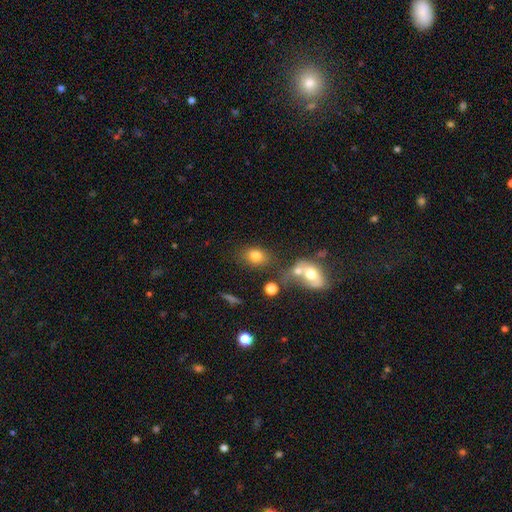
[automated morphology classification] This is likely a smooth galaxy (76%). How rounded: likely in between (66%). Merging: likely none (63%).